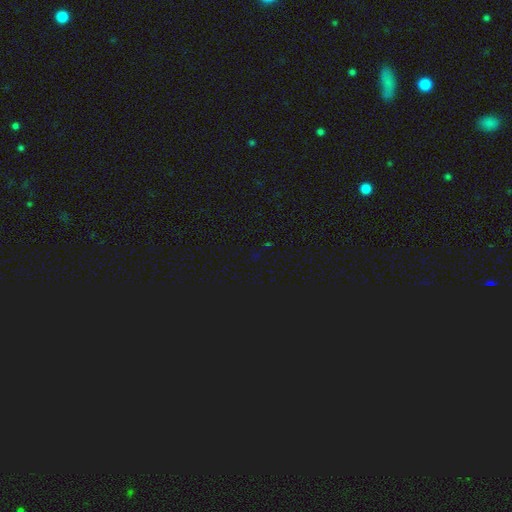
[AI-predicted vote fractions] This is likely a star or artifact rather than a galaxy (74%).